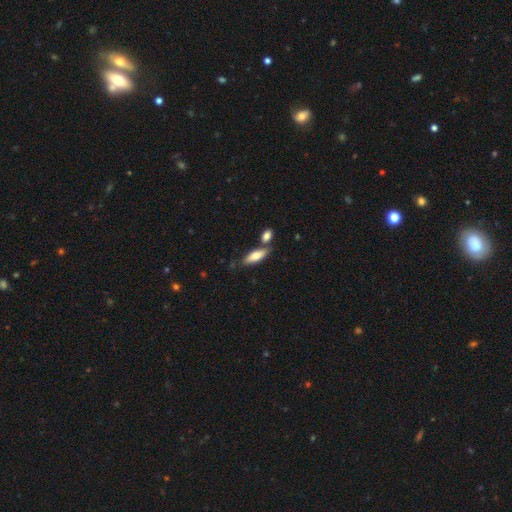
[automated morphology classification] A smooth galaxy with no disk features (75%) that is in between round and cigar-shaped (63%).

Vote fractions:
- Smooth or featured? smooth: 75% / featured or disk: 19% / star or artifact: 6%
- How rounded? in between: 63% / cigar-shaped: 35% / round: 2%
- Merging? none: 64% / merger: 20% / minor disturbance: 13% / major disturbance: 3%